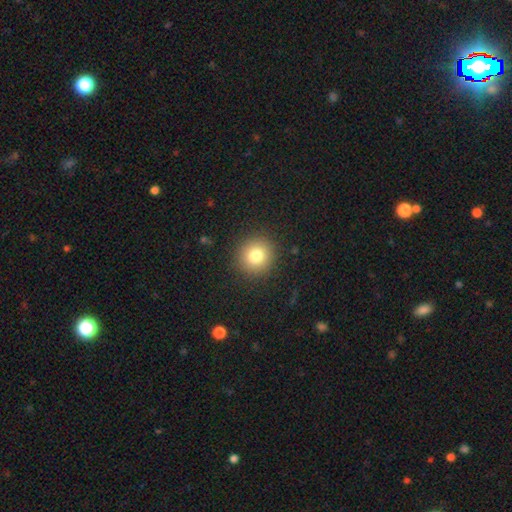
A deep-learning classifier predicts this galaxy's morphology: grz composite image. It shows a smooth galaxy with no disk features (79%) that is round (92%). Merging: none (91%).